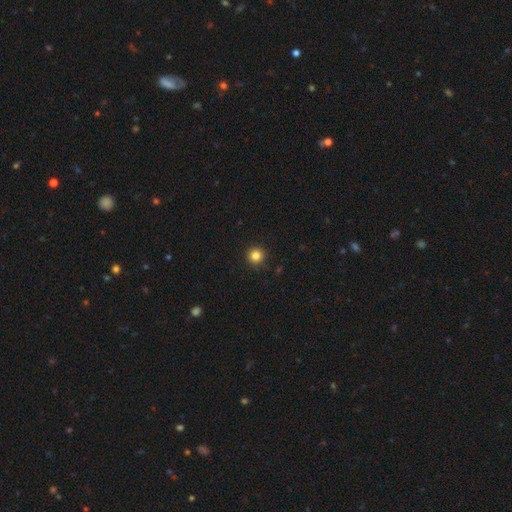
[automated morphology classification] smooth 84%, star or artifact 12%, featured or disk 5%. Down the decision tree: how rounded — round (96%); merging — none (93%).